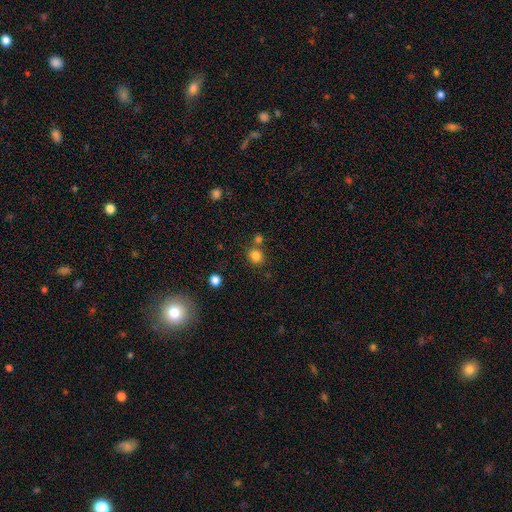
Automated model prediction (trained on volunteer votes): This appears to be a smooth galaxy with no disk features (82%) that is round (83%). Merging: none (71%).